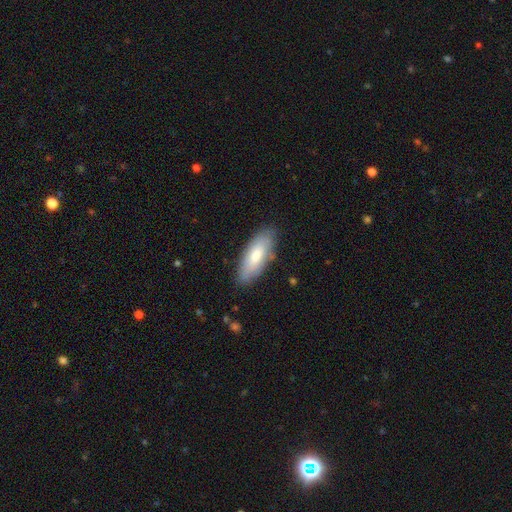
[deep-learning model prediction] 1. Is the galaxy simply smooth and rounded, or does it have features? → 75% smooth, 20% featured or disk, 6% star or artifact.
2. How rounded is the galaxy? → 74% in between, 24% cigar-shaped, 2% round.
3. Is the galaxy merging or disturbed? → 82% none, 14% minor disturbance, 3% major disturbance, 1% merger.